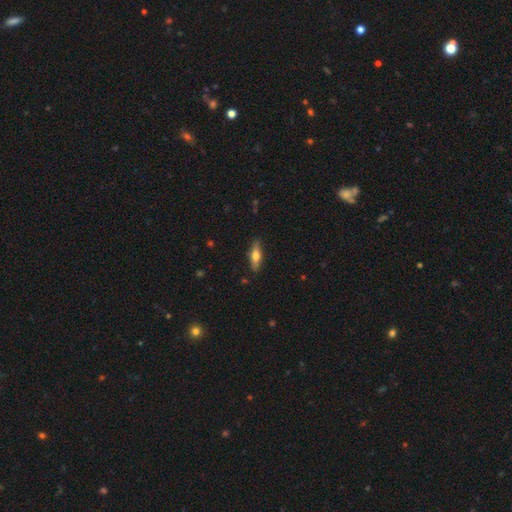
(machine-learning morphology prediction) Q: Smooth or featured?
A: smooth (52%); runner-up: featured or disk (41%)
Q: How rounded?
A: cigar-shaped (57%); runner-up: in between (40%)
Q: Merging?
A: none (87%); runner-up: minor disturbance (10%)